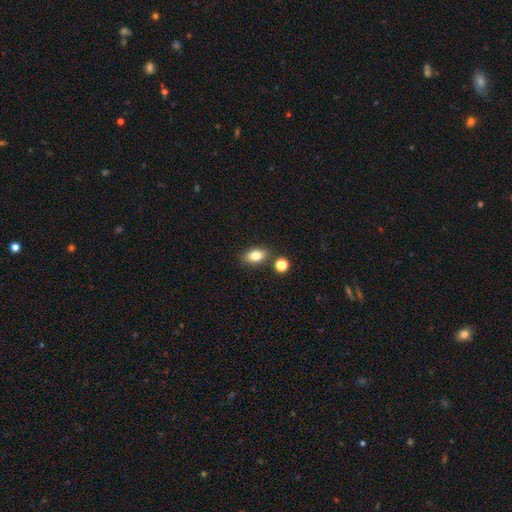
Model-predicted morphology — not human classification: Smooth or featured?
  - smooth: 80% *
  - featured or disk: 10%
  - star or artifact: 10%
How rounded?
  - in between: 83% *
  - round: 14%
  - cigar-shaped: 3%
Merging?
  - none: 79% *
  - minor disturbance: 10%
  - merger: 8%
  - major disturbance: 3%